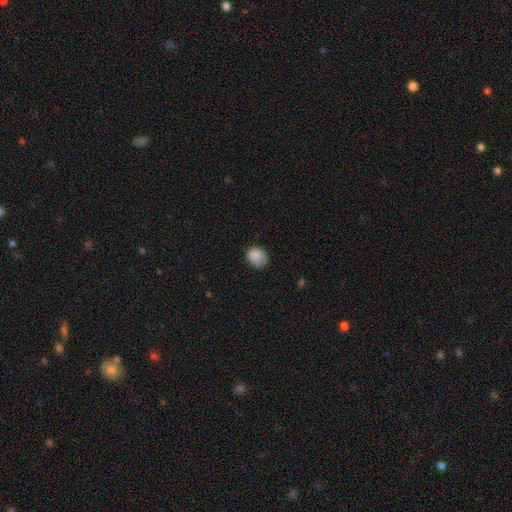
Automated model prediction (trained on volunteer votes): Smooth or featured?
  - smooth: 86% *
  - star or artifact: 9%
  - featured or disk: 5%
How rounded?
  - round: 57% *
  - in between: 42%
  - cigar-shaped: 1%
Merging?
  - none: 63% *
  - minor disturbance: 28%
  - major disturbance: 7%
  - merger: 1%